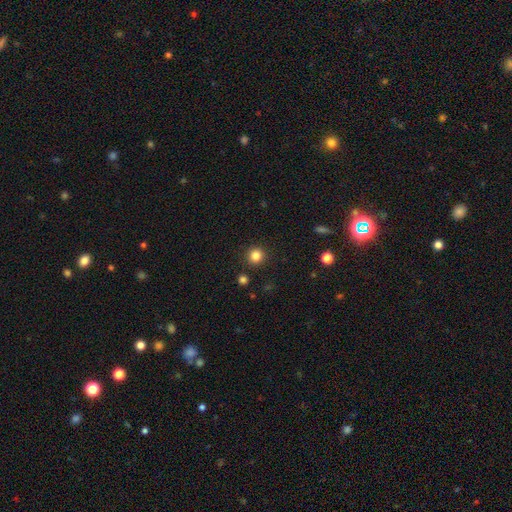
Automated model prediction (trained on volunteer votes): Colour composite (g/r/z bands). It shows a smooth galaxy with no disk features (84%) that is round (94%). Merging: none (91%).